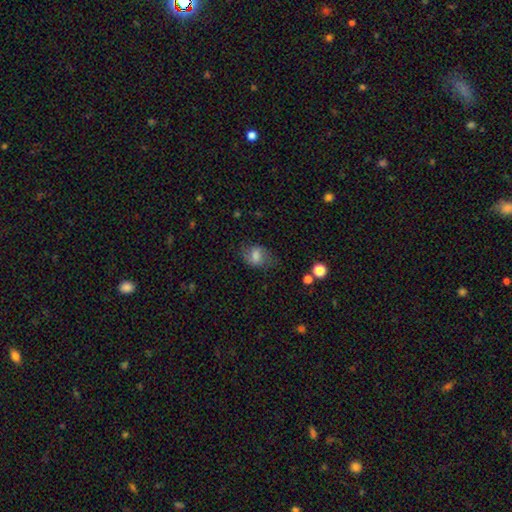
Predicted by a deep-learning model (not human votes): Smooth or featured: smooth — 68% (featured or disk — 23%)
How rounded: in between — 68% (round — 30%)
Merging: none — 57% (minor disturbance — 27%)